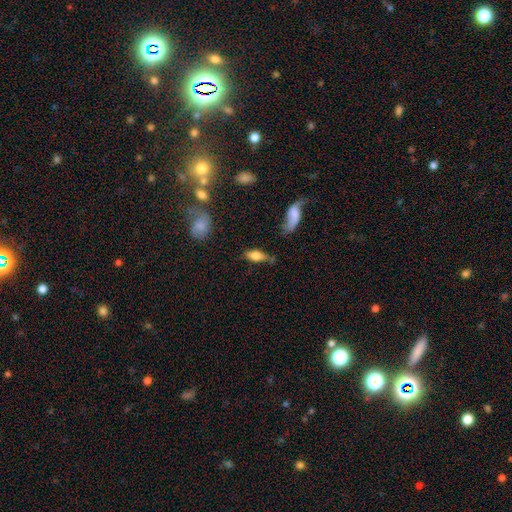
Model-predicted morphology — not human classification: smooth-or-featured: smooth: 63% | featured or disk: 30% | star or artifact: 7%
  how-rounded: in between: 73% | cigar-shaped: 22% | round: 5%
  merging: none: 60% | minor disturbance: 26% | major disturbance: 8% | merger: 6%